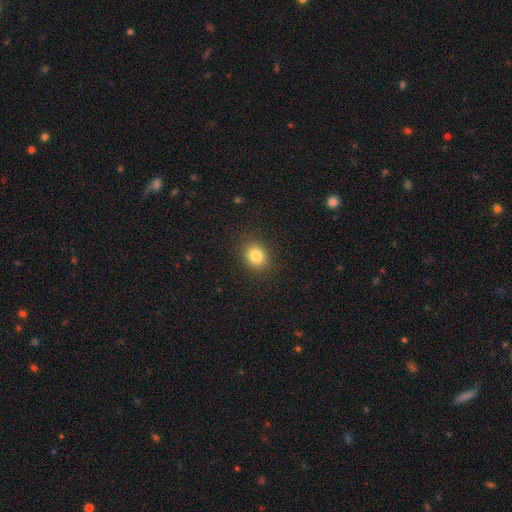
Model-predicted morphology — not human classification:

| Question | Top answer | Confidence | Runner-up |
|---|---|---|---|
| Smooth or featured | smooth | 83% | star or artifact (11%) |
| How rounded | round | 63% | in between (36%) |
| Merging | none | 89% | minor disturbance (8%) |